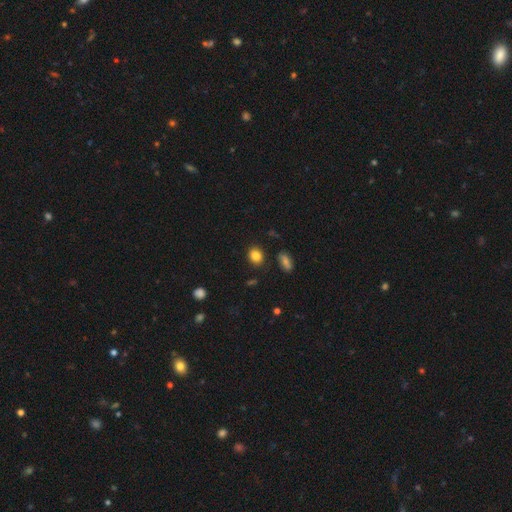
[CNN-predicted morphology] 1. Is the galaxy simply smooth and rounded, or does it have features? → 85% smooth, 10% star or artifact, 5% featured or disk.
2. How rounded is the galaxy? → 60% round, 39% in between, 1% cigar-shaped.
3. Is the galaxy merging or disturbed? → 86% none, 9% minor disturbance, 2% merger, 2% major disturbance.